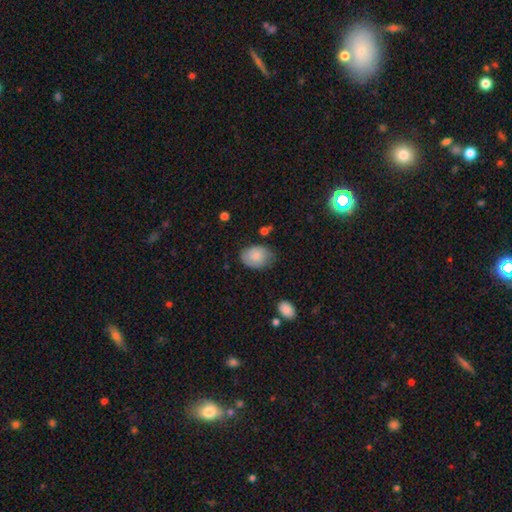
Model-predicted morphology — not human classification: Smooth or featured? Predicted: smooth (p=0.80). How rounded? Predicted: in between (p=0.76). Merging? Predicted: none (p=0.66).